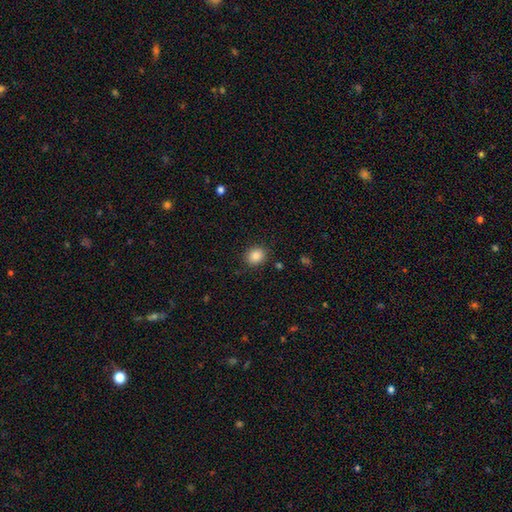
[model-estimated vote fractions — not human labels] Q: Smooth or featured?
A: smooth (85%); runner-up: star or artifact (10%)
Q: How rounded?
A: round (68%); runner-up: in between (31%)
Q: Merging?
A: none (88%); runner-up: minor disturbance (8%)